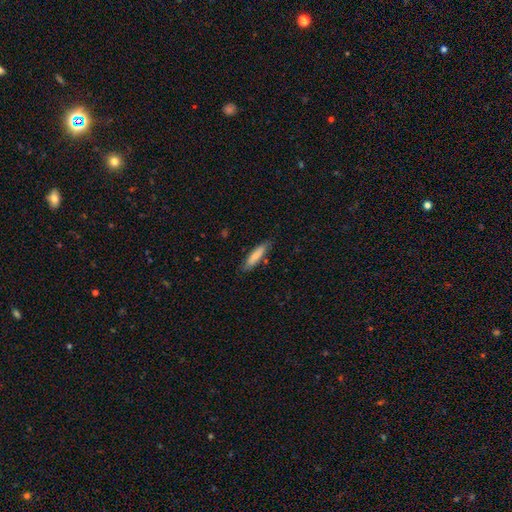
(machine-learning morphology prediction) This is likely a smooth galaxy (80%). How rounded: likely cigar-shaped (77%). Merging: clearly none (81%).